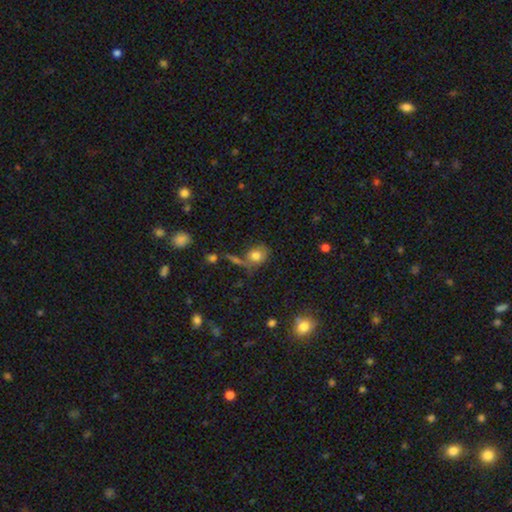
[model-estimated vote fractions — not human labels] Q: Smooth or featured?
A: smooth (77%); runner-up: featured or disk (12%)
Q: How rounded?
A: round (52%); runner-up: in between (46%)
Q: Merging?
A: none (54%); runner-up: minor disturbance (18%)